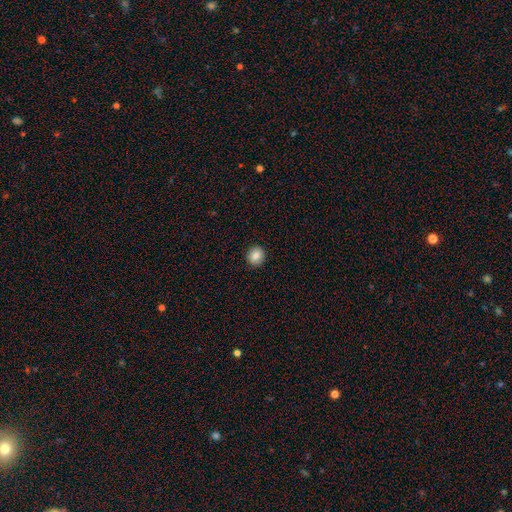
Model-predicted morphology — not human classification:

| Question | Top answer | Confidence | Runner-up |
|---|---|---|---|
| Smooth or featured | smooth | 86% | star or artifact (9%) |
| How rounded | round | 82% | in between (17%) |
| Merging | none | 91% | minor disturbance (6%) |